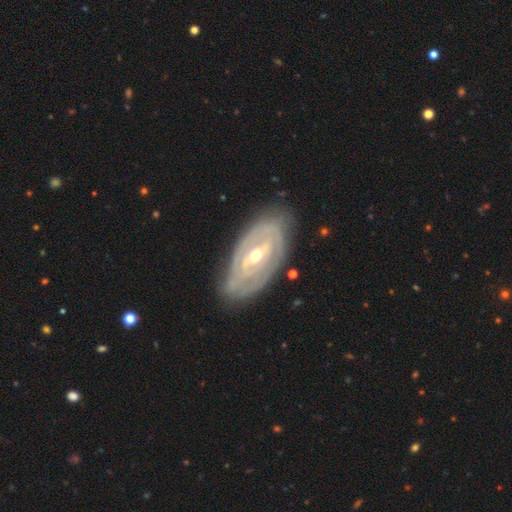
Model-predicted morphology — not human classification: featured or disk 83%, smooth 13%, star or artifact 5%. Down the decision tree: edge-on disk — no (92%); bar — weak (40%); spiral arms — yes (77%); spiral arm count — can't tell (42%); spiral winding — tight (73%); bulge size — moderate (54%); merging — none (75%).